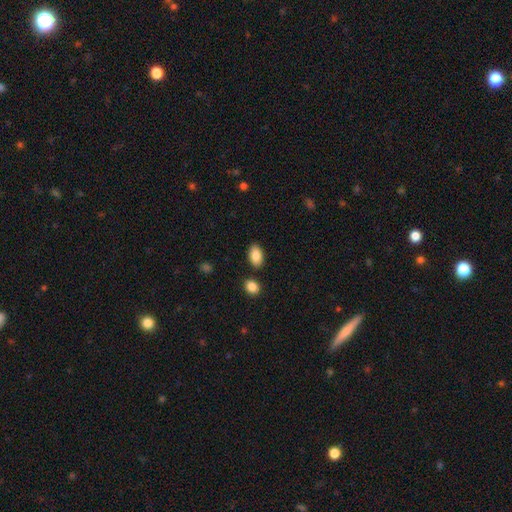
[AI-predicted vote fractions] Morphology: type=smooth (86%); roundness=in between (92%); merging=none (85%).